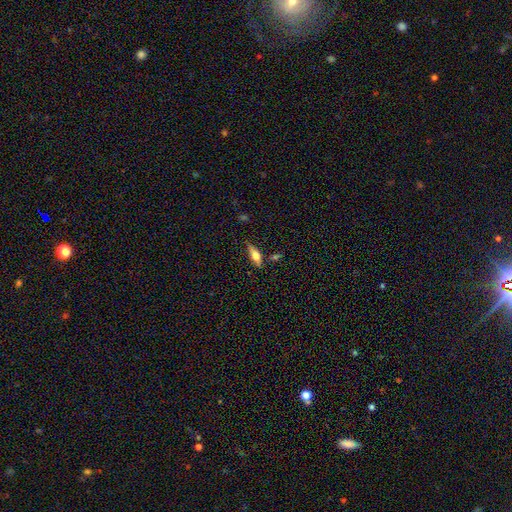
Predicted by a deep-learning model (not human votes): This is possibly a smooth galaxy (58%). How rounded: likely in between (63%). Merging: likely none (72%).